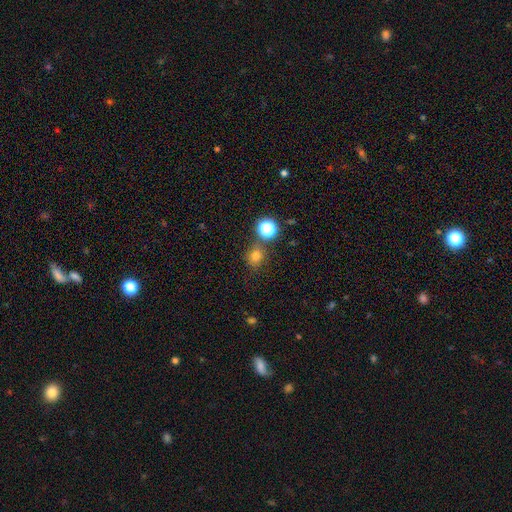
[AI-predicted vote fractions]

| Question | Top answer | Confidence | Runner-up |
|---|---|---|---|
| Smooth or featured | smooth | 73% | star or artifact (21%) |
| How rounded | round | 79% | in between (20%) |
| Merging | none | 75% | minor disturbance (11%) |